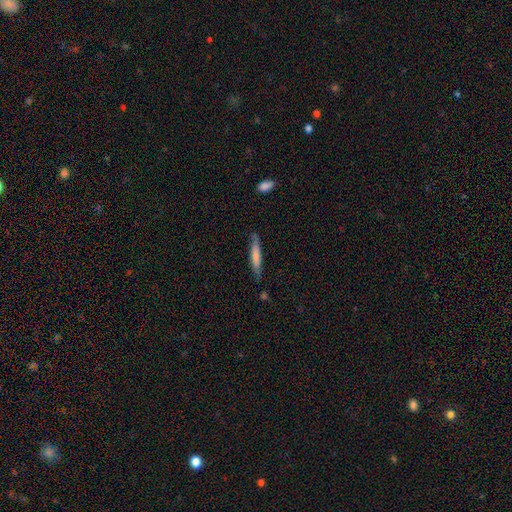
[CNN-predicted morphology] Smooth or featured?
  - smooth: 66% *
  - featured or disk: 29%
  - star or artifact: 5%
How rounded?
  - cigar-shaped: 92% *
  - in between: 7%
  - round: 1%
Merging?
  - none: 75% *
  - minor disturbance: 19%
  - major disturbance: 3%
  - merger: 2%